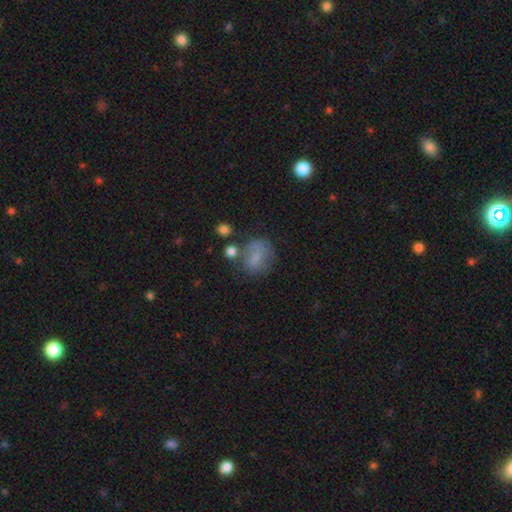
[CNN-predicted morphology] smooth-or-featured: smooth: 70% | featured or disk: 17% | star or artifact: 13%
  how-rounded: round: 59% | in between: 40% | cigar-shaped: 1%
  merging: none: 55% | minor disturbance: 22% | major disturbance: 12% | merger: 11%